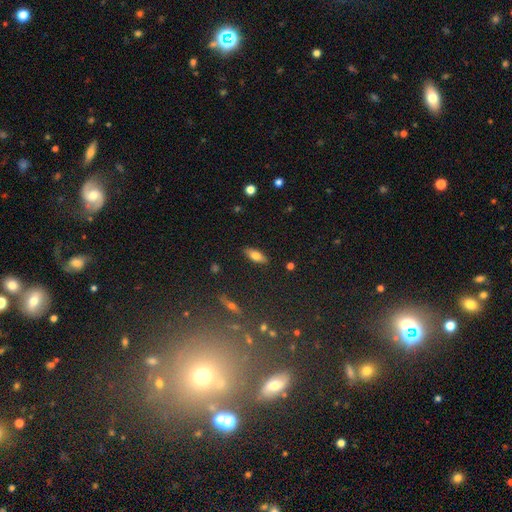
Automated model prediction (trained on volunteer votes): Smooth or featured: smooth — 69% (featured or disk — 23%)
How rounded: in between — 72% (cigar-shaped — 25%)
Merging: none — 88% (minor disturbance — 9%)